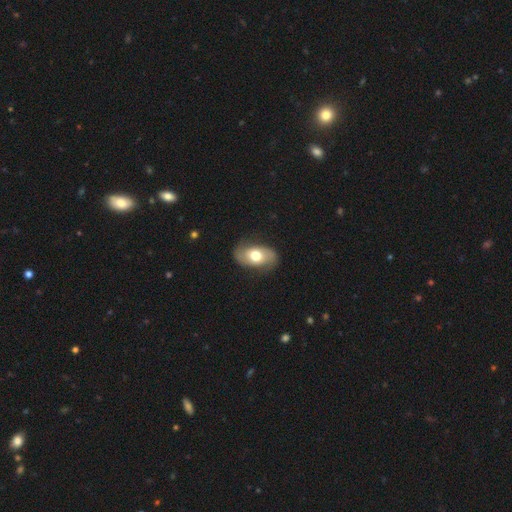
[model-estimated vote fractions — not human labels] A featured or disk galaxy (48%).

Vote fractions:
- Smooth or featured? featured or disk: 48% / smooth: 46% / star or artifact: 6%
- Merging? none: 79% / minor disturbance: 15% / major disturbance: 5% / merger: 1%